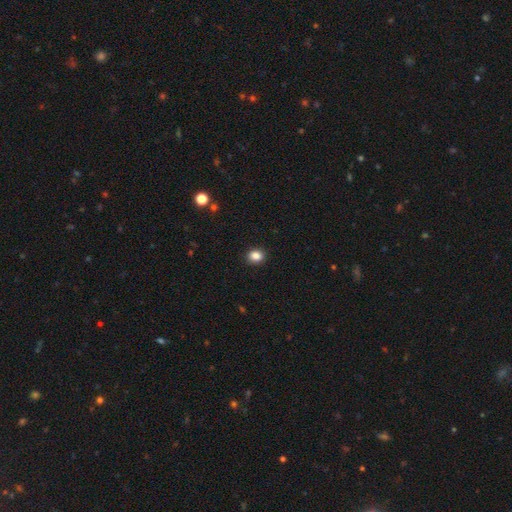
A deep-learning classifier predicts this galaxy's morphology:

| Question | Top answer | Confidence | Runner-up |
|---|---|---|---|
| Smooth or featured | smooth | 86% | star or artifact (10%) |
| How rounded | round | 62% | in between (37%) |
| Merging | none | 90% | minor disturbance (7%) |